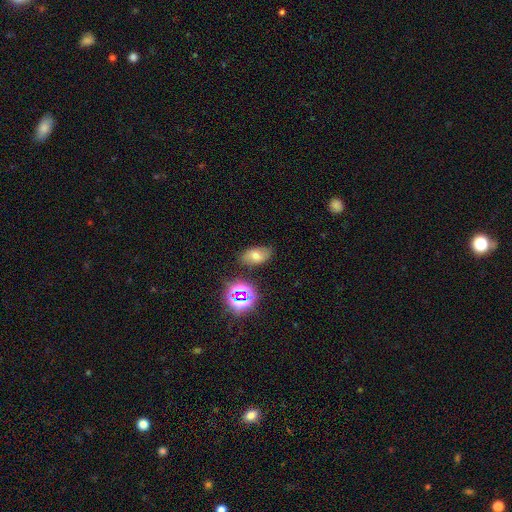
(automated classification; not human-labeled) Overall: smooth (59%; star or artifact 21%). How rounded: in between (88%). Merging: none (76%).